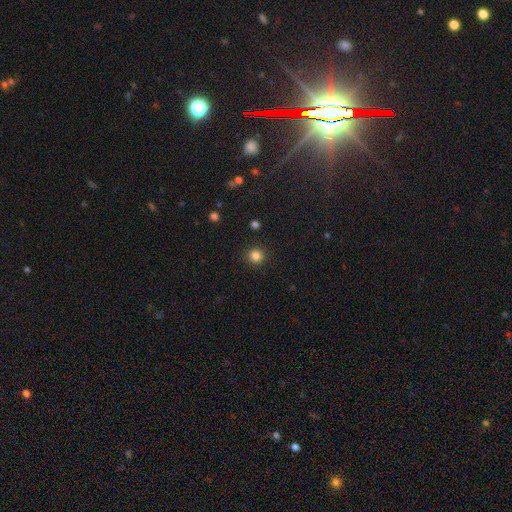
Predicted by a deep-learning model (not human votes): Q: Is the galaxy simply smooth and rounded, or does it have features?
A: smooth — 83%.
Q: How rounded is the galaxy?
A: round — 94%.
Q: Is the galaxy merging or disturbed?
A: none — 92%.